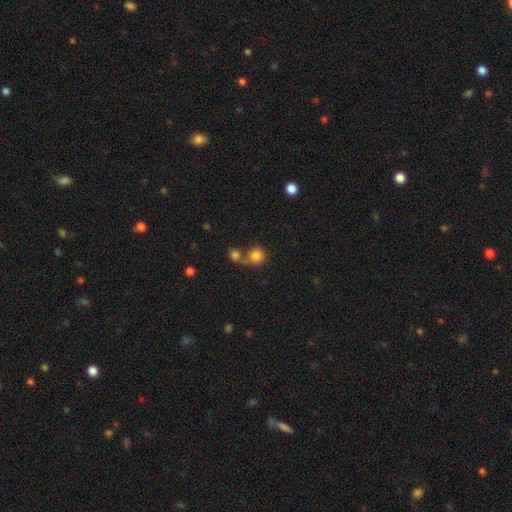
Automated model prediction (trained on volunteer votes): A smooth galaxy with no disk features (82%) that is round (87%). Merging: merger (46%).